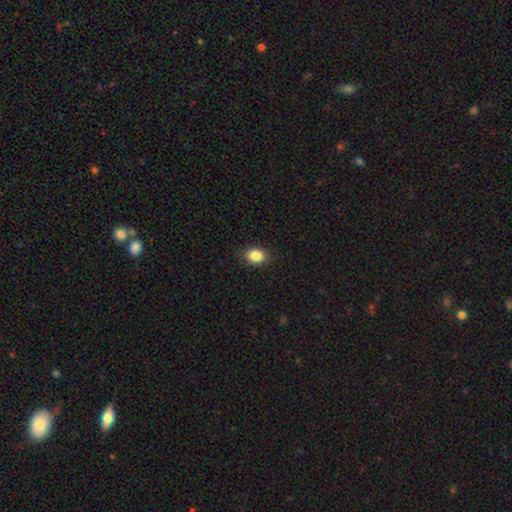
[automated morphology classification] Smooth or featured?
  - smooth: 87% *
  - star or artifact: 9%
  - featured or disk: 4%
How rounded?
  - in between: 57% *
  - round: 42%
  - cigar-shaped: 1%
Merging?
  - none: 88% *
  - minor disturbance: 9%
  - major disturbance: 2%
  - merger: 1%